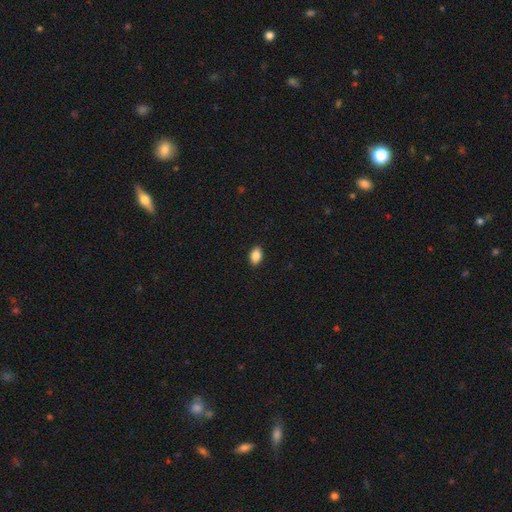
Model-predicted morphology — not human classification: A smooth galaxy with no disk features (88%) that is in between round and cigar-shaped (84%).

Vote fractions:
- Smooth or featured? smooth: 88% / star or artifact: 8% / featured or disk: 4%
- How rounded? in between: 84% / round: 15% / cigar-shaped: 1%
- Merging? none: 90% / minor disturbance: 7% / major disturbance: 2% / merger: 1%